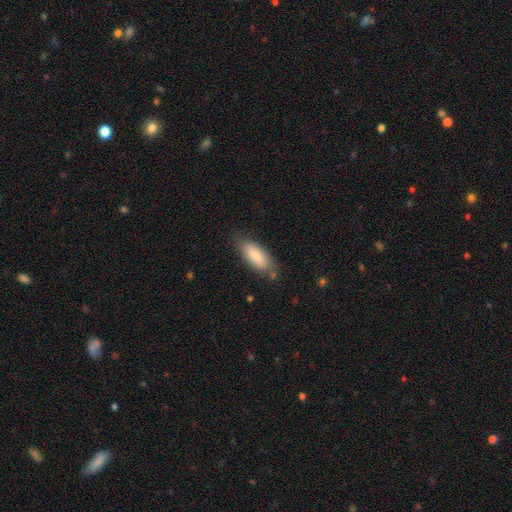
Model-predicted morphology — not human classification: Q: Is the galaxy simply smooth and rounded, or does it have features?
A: smooth — 83%.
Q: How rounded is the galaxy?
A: in between — 83%.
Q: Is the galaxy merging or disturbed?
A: none — 74%.